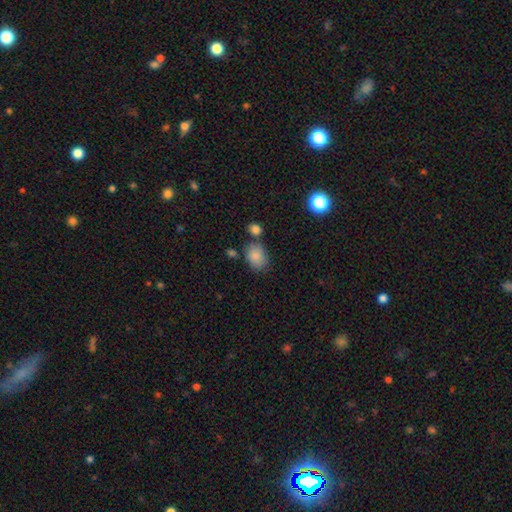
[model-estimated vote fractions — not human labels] smooth-or-featured: smooth: 86% | star or artifact: 9% | featured or disk: 6%
  how-rounded: in between: 69% | round: 30% | cigar-shaped: 1%
  merging: none: 61% | minor disturbance: 19% | merger: 14% | major disturbance: 6%